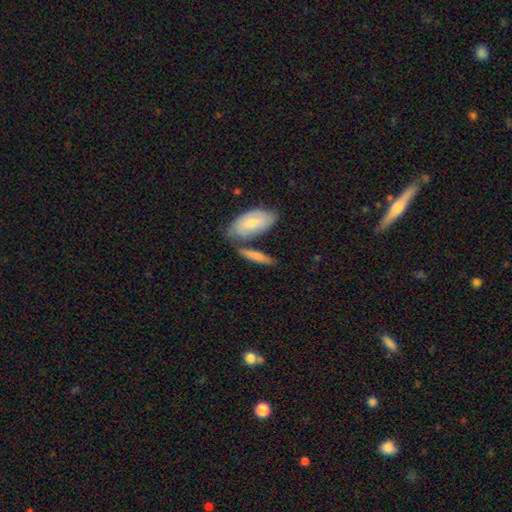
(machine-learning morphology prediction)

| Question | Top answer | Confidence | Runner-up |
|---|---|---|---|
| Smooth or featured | smooth | 72% | featured or disk (23%) |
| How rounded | cigar-shaped | 52% | in between (45%) |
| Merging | none | 59% | merger (21%) |